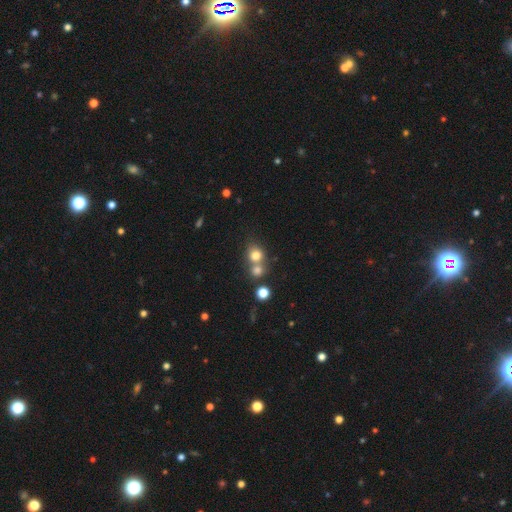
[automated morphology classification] Smooth or featured? Predicted: smooth (p=0.76). How rounded? Predicted: round (p=0.76). Merging? Predicted: merger (p=0.46).